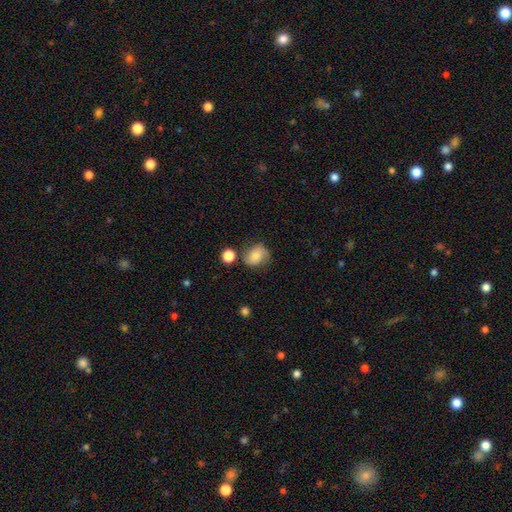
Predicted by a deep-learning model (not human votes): Smooth or featured: smooth — 73% (featured or disk — 17%)
How rounded: round — 52% (in between — 47%)
Merging: none — 64% (minor disturbance — 23%)